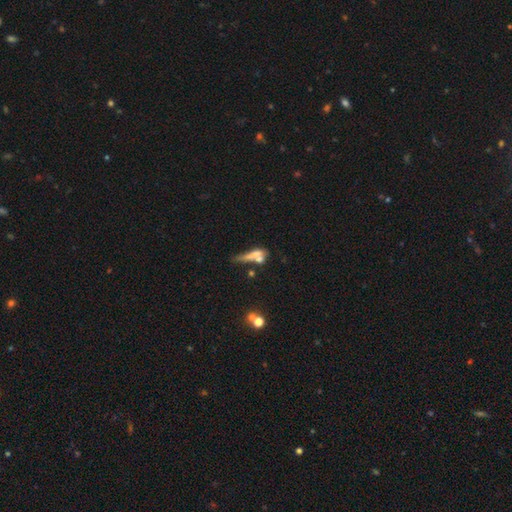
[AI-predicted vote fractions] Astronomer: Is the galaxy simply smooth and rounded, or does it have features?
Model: smooth — 55% (runner-up: featured or disk, 32%).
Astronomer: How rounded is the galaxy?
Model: cigar-shaped — 69%.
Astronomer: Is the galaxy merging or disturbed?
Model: merger — 32% (runner-up: none, 30%).